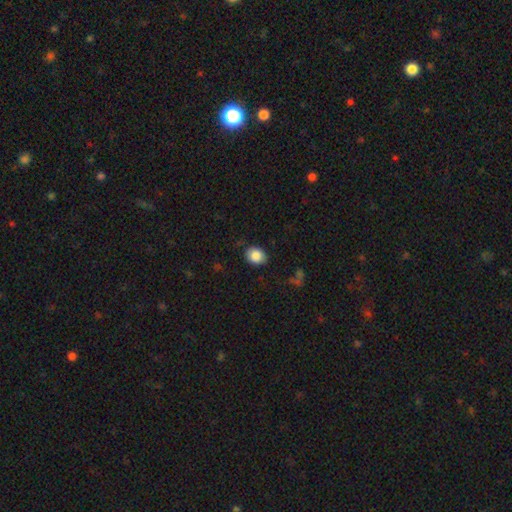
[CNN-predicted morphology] A smooth galaxy with no disk features (87%) that is round (52%).

Vote fractions:
- Smooth or featured? smooth: 87% / star or artifact: 8% / featured or disk: 5%
- How rounded? round: 52% / in between: 47% / cigar-shaped: 1%
- Merging? none: 83% / minor disturbance: 12% / major disturbance: 3% / merger: 1%